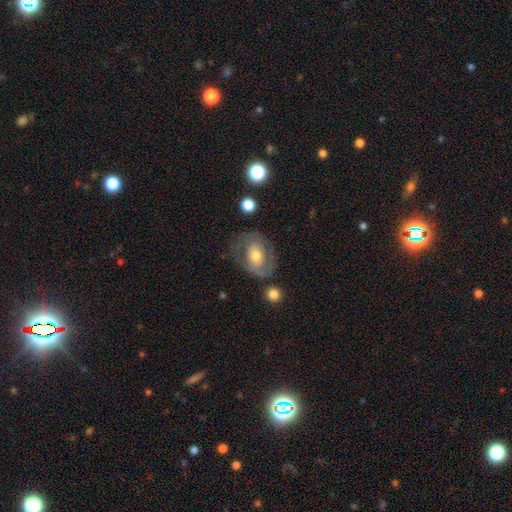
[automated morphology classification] Q: Smooth or featured?
A: featured or disk (60%); runner-up: smooth (34%)
Q: Edge-on disk?
A: no (95%); runner-up: yes (5%)
Q: Bar?
A: no (56%); runner-up: weak (30%)
Q: Spiral arms?
A: yes (63%); runner-up: no (37%)
Q: Bulge size?
A: moderate (66%); runner-up: small (22%)
Q: Merging?
A: none (61%); runner-up: minor disturbance (21%)